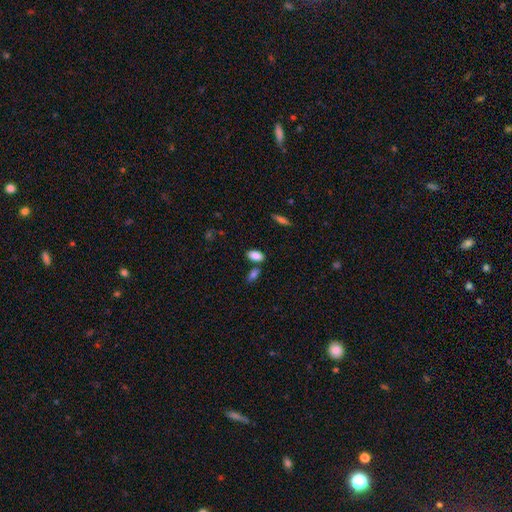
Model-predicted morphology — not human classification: Smooth or featured?
  - smooth: 86% *
  - star or artifact: 8%
  - featured or disk: 7%
How rounded?
  - in between: 91% *
  - cigar-shaped: 5%
  - round: 4%
Merging?
  - none: 71% *
  - merger: 14%
  - minor disturbance: 11%
  - major disturbance: 3%